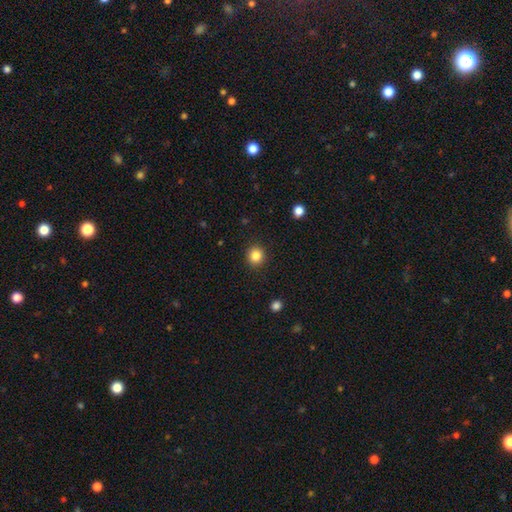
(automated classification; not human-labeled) Q: Smooth or featured?
A: smooth (84%); runner-up: star or artifact (11%)
Q: How rounded?
A: round (90%); runner-up: in between (9%)
Q: Merging?
A: none (91%); runner-up: minor disturbance (6%)